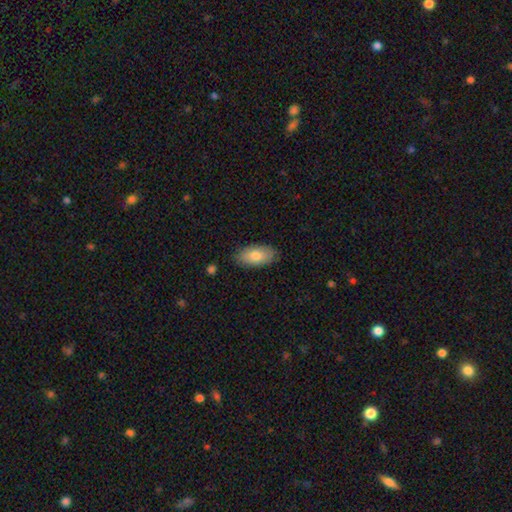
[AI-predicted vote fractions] Smooth or featured?
  - smooth: 80% *
  - featured or disk: 14%
  - star or artifact: 6%
How rounded?
  - in between: 93% *
  - cigar-shaped: 4%
  - round: 3%
Merging?
  - none: 85% *
  - minor disturbance: 12%
  - major disturbance: 2%
  - merger: 1%